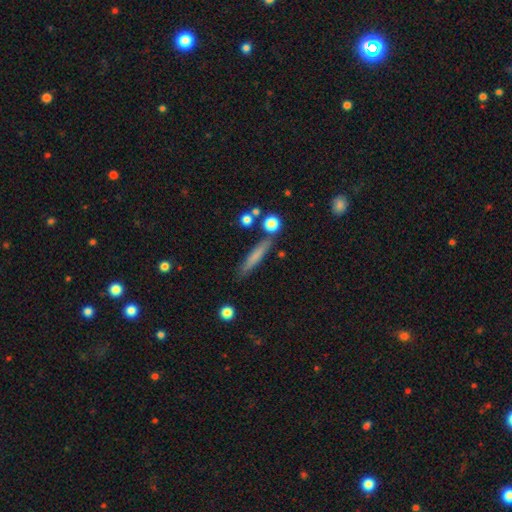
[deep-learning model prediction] Q: Smooth or featured?
A: smooth (68%); runner-up: featured or disk (25%)
Q: How rounded?
A: cigar-shaped (92%); runner-up: in between (6%)
Q: Merging?
A: none (82%); runner-up: minor disturbance (11%)